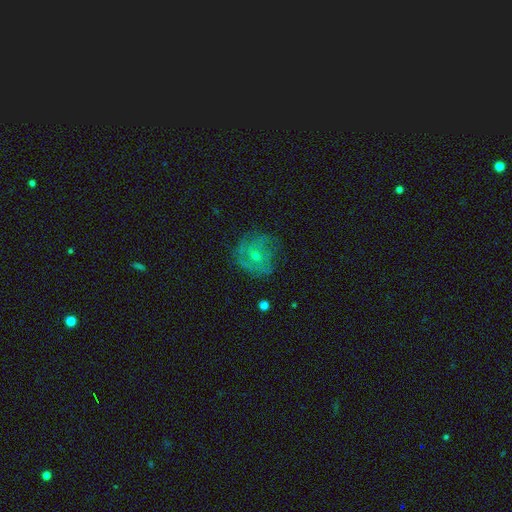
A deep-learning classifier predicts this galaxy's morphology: Smooth or featured: featured or disk — 61% (smooth — 27%)
Edge-on disk: no — 97% (yes — 3%)
Bar: no — 76% (weak — 21%)
Spiral arms: yes — 76% (no — 24%)
Bulge size: small — 67% (moderate — 28%)
Merging: none — 68% (minor disturbance — 20%)